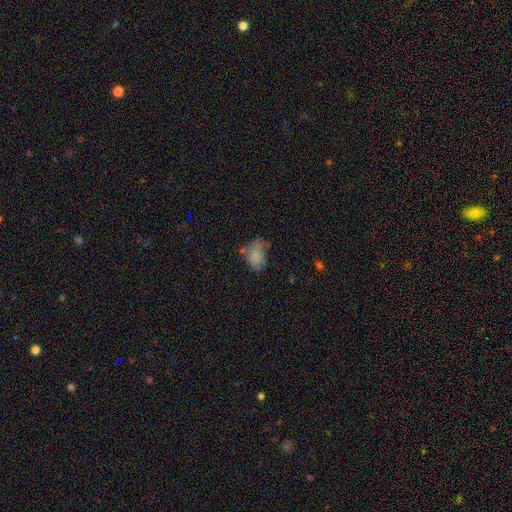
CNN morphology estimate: Smooth or featured? smooth (78%)
How rounded? in between (82%)
Merging? none (44%)